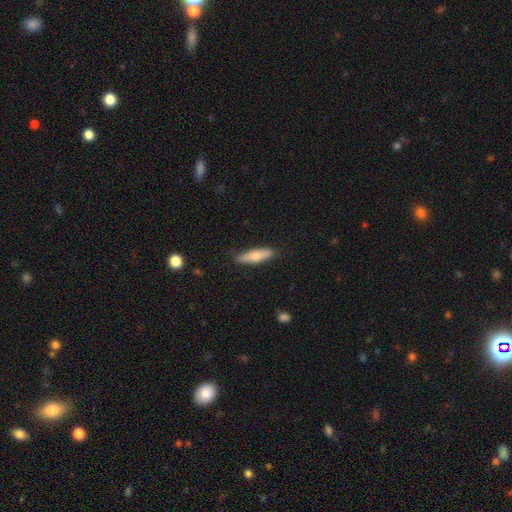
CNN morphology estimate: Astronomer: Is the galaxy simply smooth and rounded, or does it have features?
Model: smooth — 66%.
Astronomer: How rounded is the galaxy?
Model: cigar-shaped — 62%.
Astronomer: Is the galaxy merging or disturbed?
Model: none — 84%.